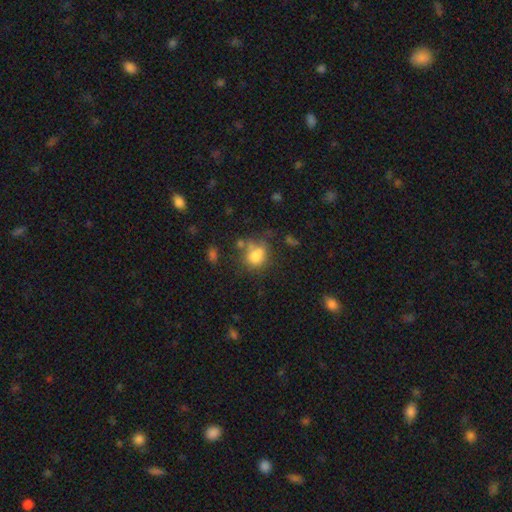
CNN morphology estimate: The model was most divided on "how rounded": round: 55%, in between: 43%, cigar-shaped: 1%. Remaining: smooth or featured — smooth (74%); merging — none (46%).